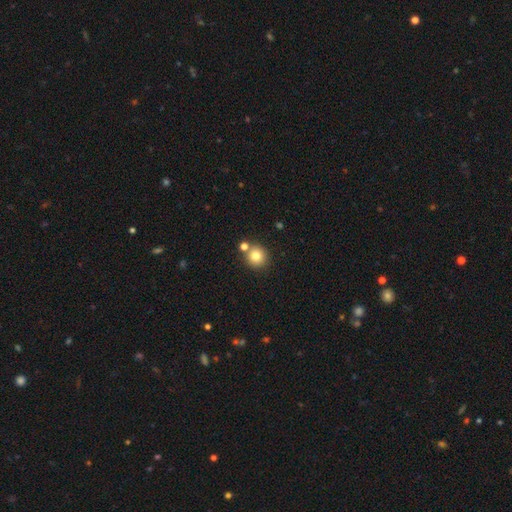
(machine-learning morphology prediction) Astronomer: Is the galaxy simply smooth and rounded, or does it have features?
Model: smooth — 80%.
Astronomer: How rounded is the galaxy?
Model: round — 90%.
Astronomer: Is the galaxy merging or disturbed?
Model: none — 74%.